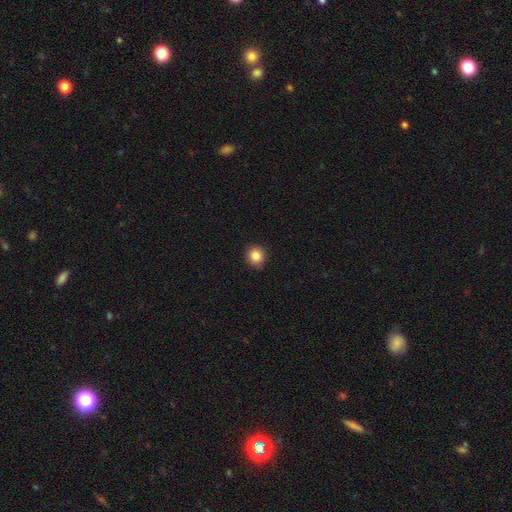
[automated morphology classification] smooth 86%, star or artifact 10%, featured or disk 4%. Down the decision tree: how rounded — round (92%); merging — none (91%).